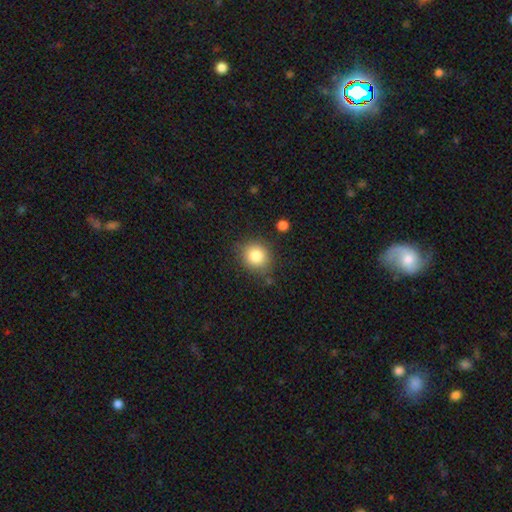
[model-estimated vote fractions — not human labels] Smooth or featured? smooth (83%)
How rounded? round (83%)
Merging? none (81%)